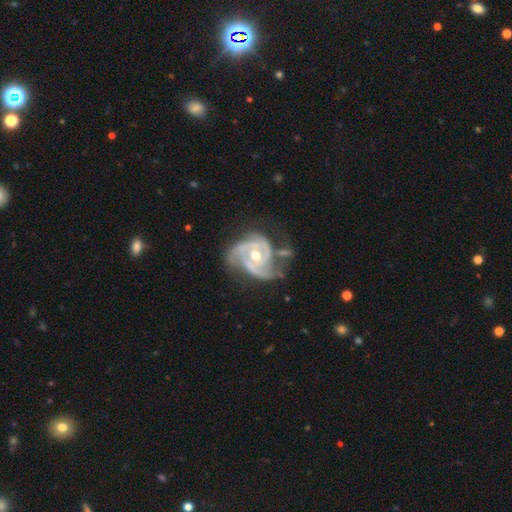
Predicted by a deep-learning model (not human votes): Q: Smooth or featured?
A: featured or disk (91%); runner-up: smooth (5%)
Q: Edge-on disk?
A: no (98%); runner-up: yes (2%)
Q: Bar?
A: no (68%); runner-up: weak (25%)
Q: Spiral arms?
A: yes (96%); runner-up: no (4%)
Q: Spiral winding?
A: tight (53%); runner-up: medium (38%)
Q: Spiral arm count?
A: 3 (50%); runner-up: 2 (24%)
Q: Bulge size?
A: moderate (73%); runner-up: small (22%)
Q: Merging?
A: none (44%); runner-up: minor disturbance (28%)